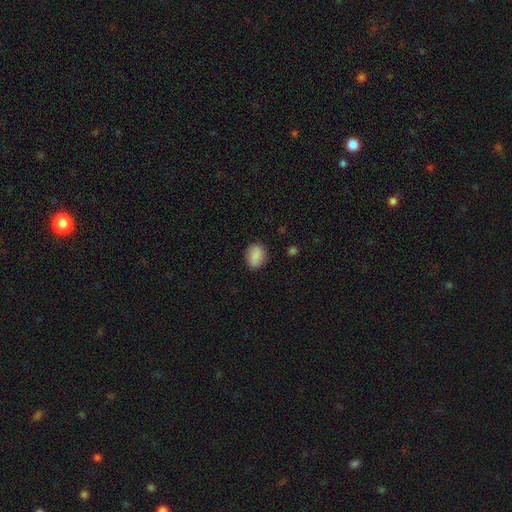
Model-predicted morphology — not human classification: type=smooth (88%); roundness=in between (62%); merging=none (85%).